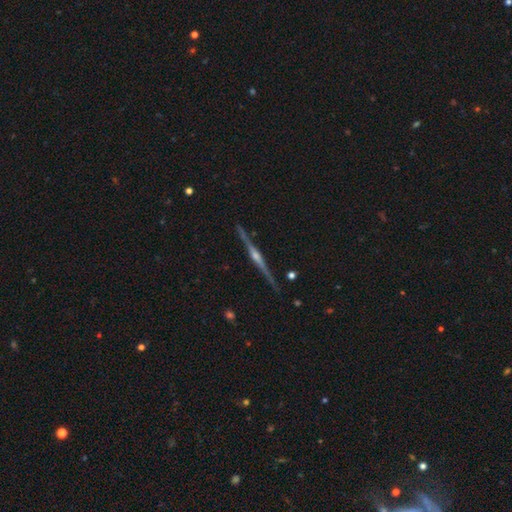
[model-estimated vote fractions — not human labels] Q: Smooth or featured?
A: featured or disk (86%); runner-up: smooth (9%)
Q: Edge-on disk?
A: yes (98%); runner-up: no (2%)
Q: Edge-on bulge?
A: rounded (82%); runner-up: boxy (10%)
Q: Merging?
A: none (89%); runner-up: minor disturbance (8%)